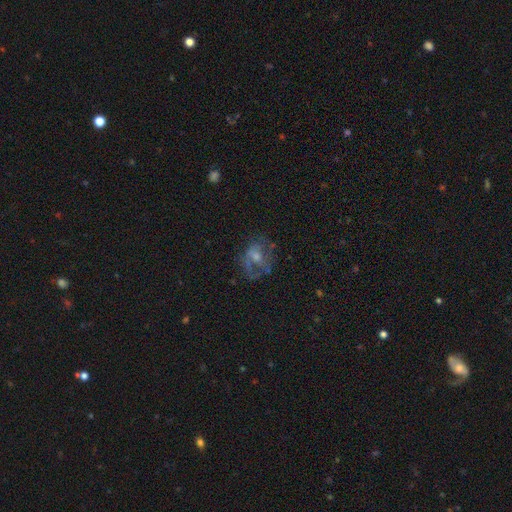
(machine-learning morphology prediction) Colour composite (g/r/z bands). It shows a featured or disk galaxy (56%) with no bar (62%), no spiral arms (51%) and a small central bulge (43%). Merging: none (54%).